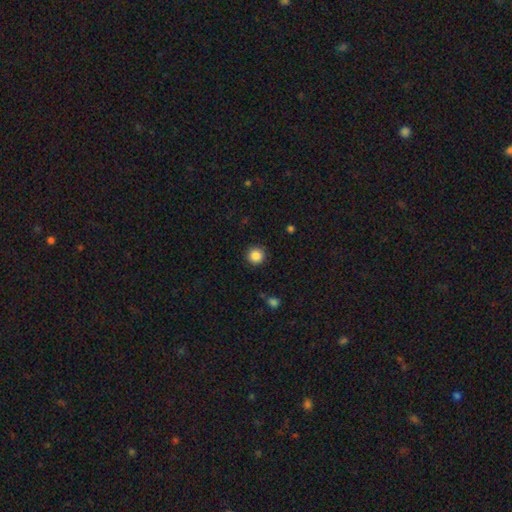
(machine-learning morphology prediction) This appears to be a smooth galaxy with no disk features (86%) that is round (96%). Merging: none (91%).